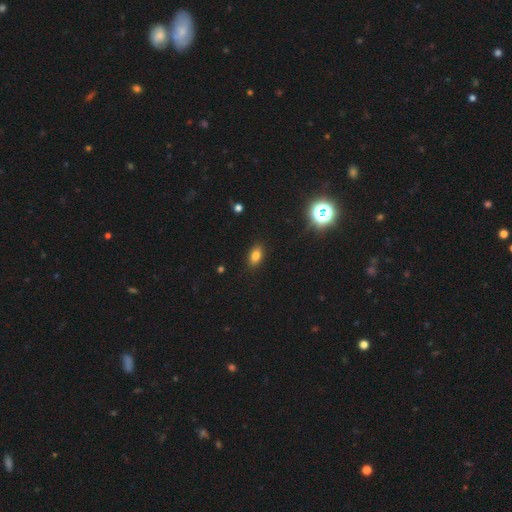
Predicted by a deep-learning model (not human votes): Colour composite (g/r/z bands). It shows a smooth galaxy with no disk features (78%) that is in between round and cigar-shaped (85%). Merging: none (88%).